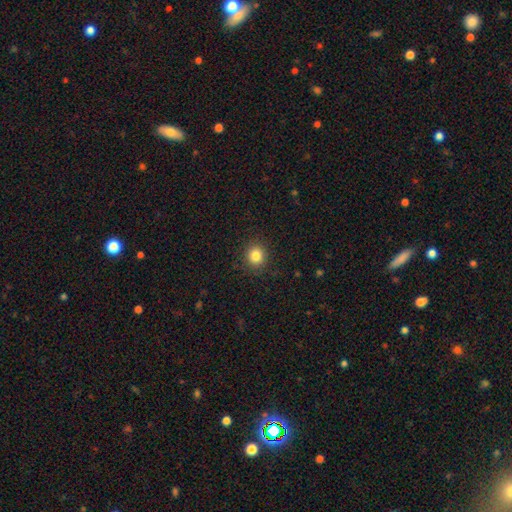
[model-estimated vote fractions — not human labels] A smooth galaxy with no disk features (83%) that is round (83%).

Vote fractions:
- Smooth or featured? smooth: 83% / star or artifact: 11% / featured or disk: 5%
- How rounded? round: 83% / in between: 17% / cigar-shaped: 1%
- Merging? none: 90% / minor disturbance: 7% / major disturbance: 2% / merger: 1%